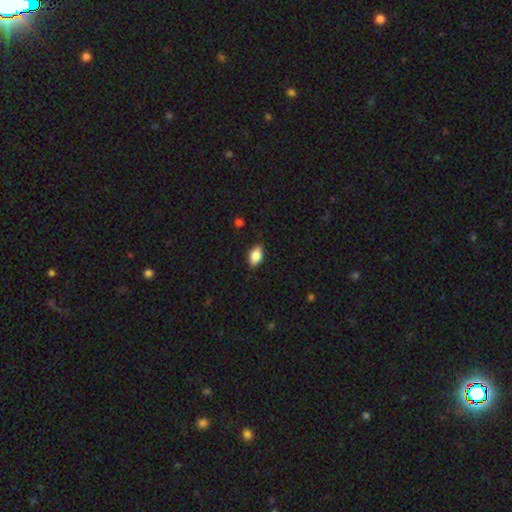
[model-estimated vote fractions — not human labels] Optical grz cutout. It shows a smooth galaxy with no disk features (82%) that is in between round and cigar-shaped (91%). Merging: none (86%).